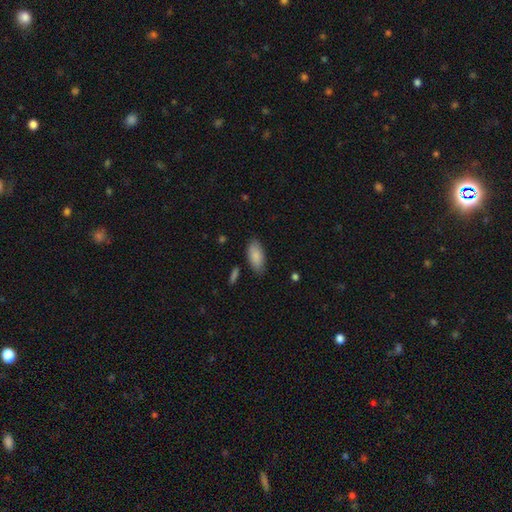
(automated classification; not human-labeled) A smooth galaxy with no disk features (86%) that is in between round and cigar-shaped (91%). Merging: none (82%).